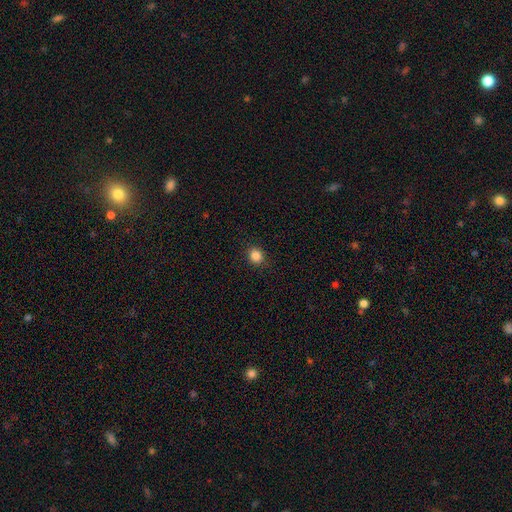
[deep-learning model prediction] The model was most divided on "how rounded": round: 84%, in between: 15%, cigar-shaped: 1%. More confident: merging — none (89%); smooth or featured — smooth (85%).